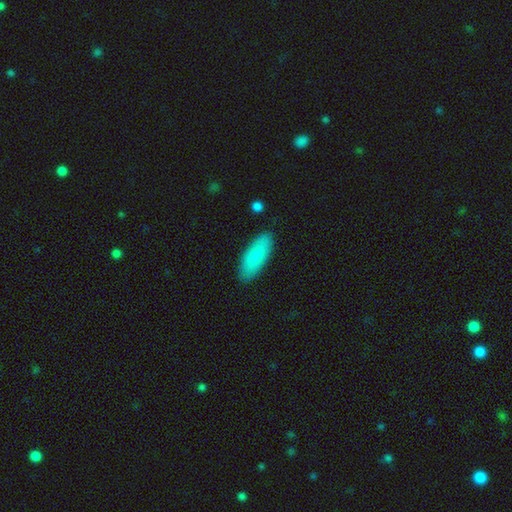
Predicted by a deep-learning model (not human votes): A smooth galaxy with no disk features (86%) that is in between round and cigar-shaped (69%). Merging: none (87%).